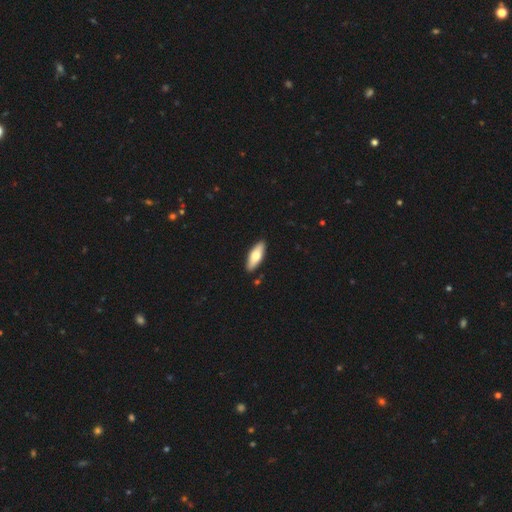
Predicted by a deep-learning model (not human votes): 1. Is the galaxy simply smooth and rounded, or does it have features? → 66% smooth, 29% featured or disk, 5% star or artifact.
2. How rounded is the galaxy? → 63% in between, 35% cigar-shaped, 2% round.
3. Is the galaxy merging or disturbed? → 89% none, 8% minor disturbance, 2% merger, 1% major disturbance.